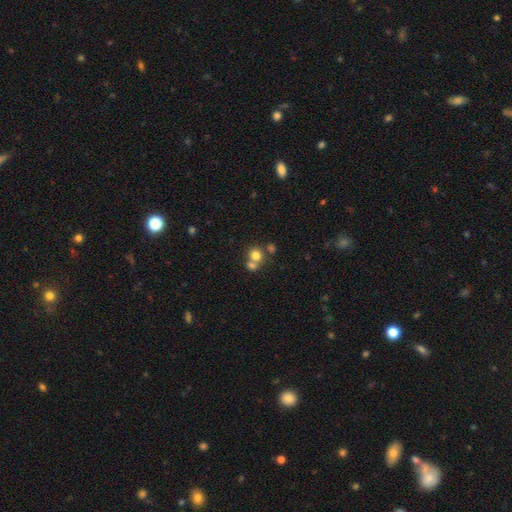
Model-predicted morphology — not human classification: Smooth or featured? Predicted: smooth (p=0.76). How rounded? Predicted: round (p=0.84). Merging? Predicted: none (p=0.46).